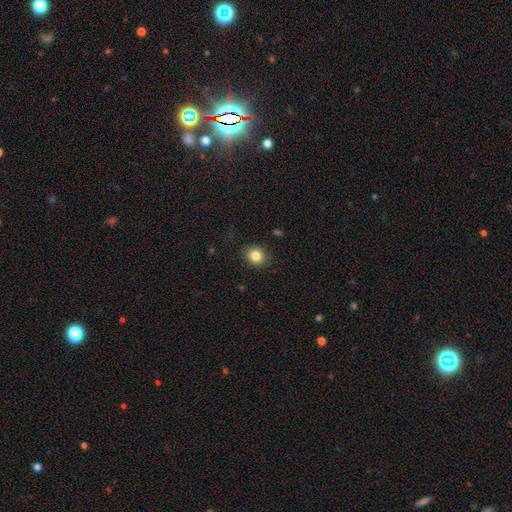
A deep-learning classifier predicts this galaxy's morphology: This appears to be a smooth galaxy with no disk features (84%) that is round (73%). Merging: none (88%).